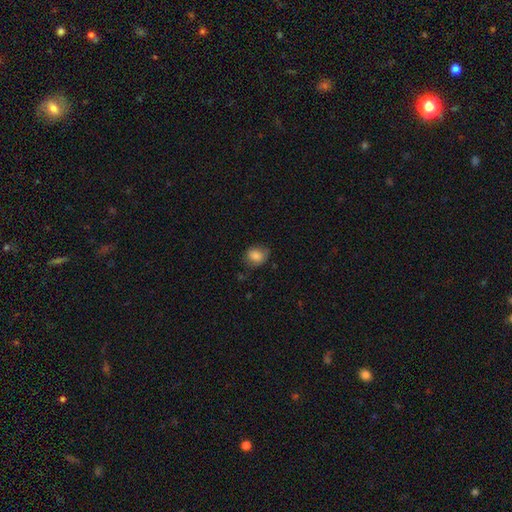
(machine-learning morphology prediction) type=smooth (84%); roundness=round (56%); merging=none (69%).